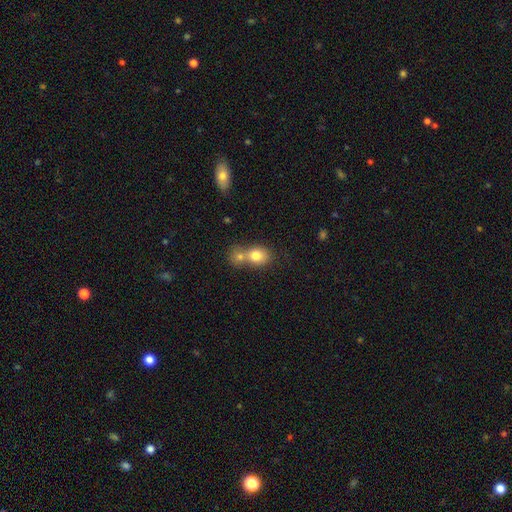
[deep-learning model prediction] Smooth or featured? Predicted: smooth (p=0.77). How rounded? Predicted: round (p=0.53). Merging? Predicted: merger (p=0.60).